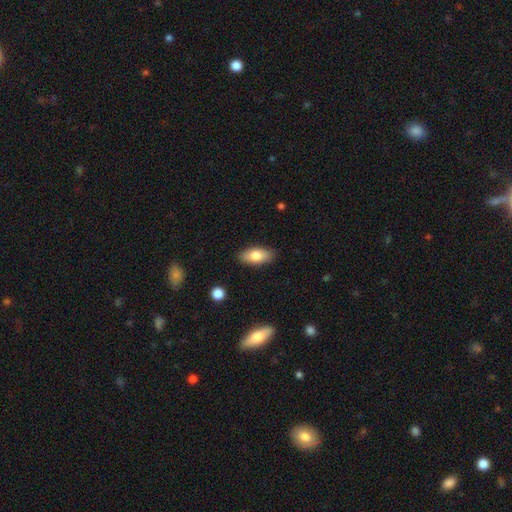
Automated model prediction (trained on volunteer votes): Smooth or featured: smooth — 78% (featured or disk — 15%)
How rounded: in between — 87% (cigar-shaped — 9%)
Merging: none — 87% (minor disturbance — 10%)